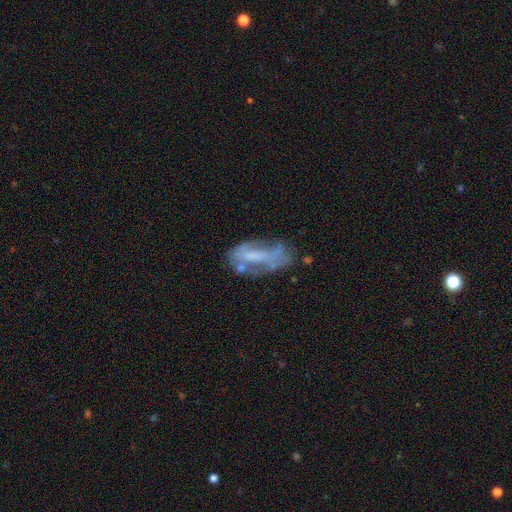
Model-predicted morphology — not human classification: Smooth or featured? featured or disk (55%)
Edge-on disk? no (90%)
Merging? none (39%)